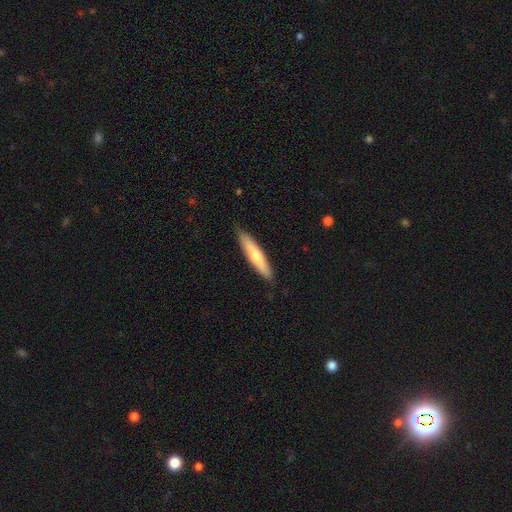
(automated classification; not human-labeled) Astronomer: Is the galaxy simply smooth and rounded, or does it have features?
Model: smooth — 62%.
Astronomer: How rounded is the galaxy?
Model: cigar-shaped — 86%.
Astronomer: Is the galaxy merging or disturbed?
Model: none — 86%.